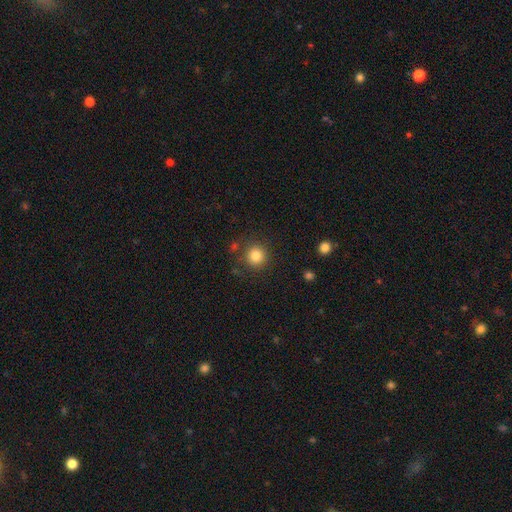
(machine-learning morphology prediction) A smooth galaxy with no disk features (83%) that is round (93%). Merging: none (84%).